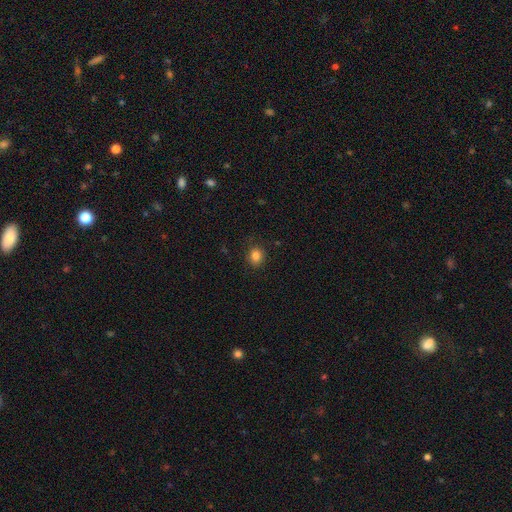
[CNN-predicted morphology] smooth 84%, star or artifact 11%, featured or disk 5%. Down the decision tree: how rounded — round (70%); merging — none (86%).